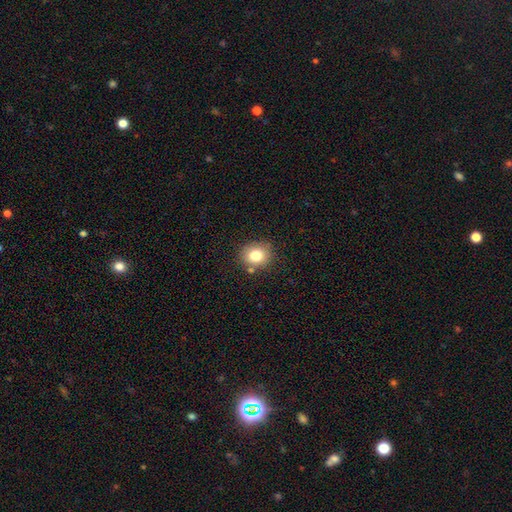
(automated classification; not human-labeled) Morphology: type=smooth (80%); roundness=round (70%); merging=none (79%).